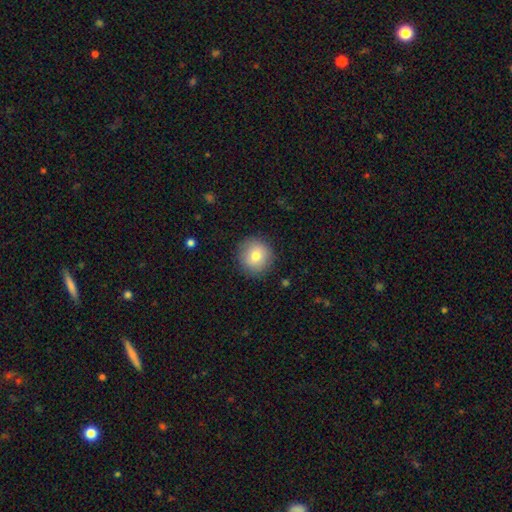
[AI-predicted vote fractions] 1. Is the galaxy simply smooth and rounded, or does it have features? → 77% smooth, 14% featured or disk, 9% star or artifact.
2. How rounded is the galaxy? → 93% round, 6% in between, 1% cigar-shaped.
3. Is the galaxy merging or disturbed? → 88% none, 9% minor disturbance, 3% major disturbance, 1% merger.